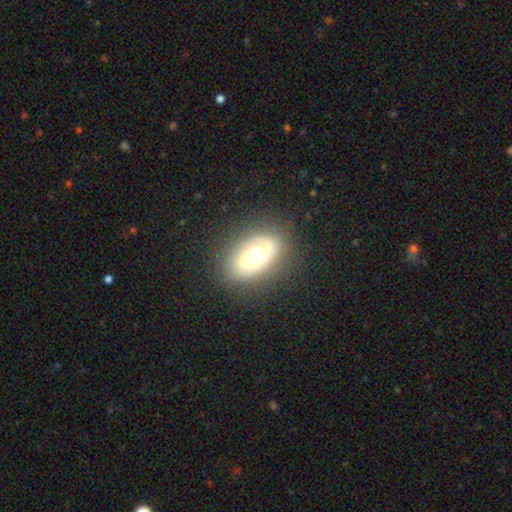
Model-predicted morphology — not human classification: Smooth or featured?
  - featured or disk: 69% *
  - smooth: 23%
  - star or artifact: 8%
Edge-on disk?
  - no: 93% *
  - yes: 7%
Bar?
  - no: 52% *
  - weak: 33%
  - strong: 15%
Spiral arms?
  - yes: 87% *
  - no: 13%
Spiral winding?
  - tight: 39% *
  - medium: 36%
  - loose: 24%
Spiral arm count?
  - 2: 46% *
  - 1: 40%
  - can't tell: 10%
  - 3: 2%
  - 4: 1%
  - more than 4: 1%
Bulge size?
  - moderate: 45% *
  - large: 39%
  - small: 7%
  - dominant: 7%
  - none: 2%
Merging?
  - none: 73% *
  - minor disturbance: 17%
  - major disturbance: 8%
  - merger: 2%